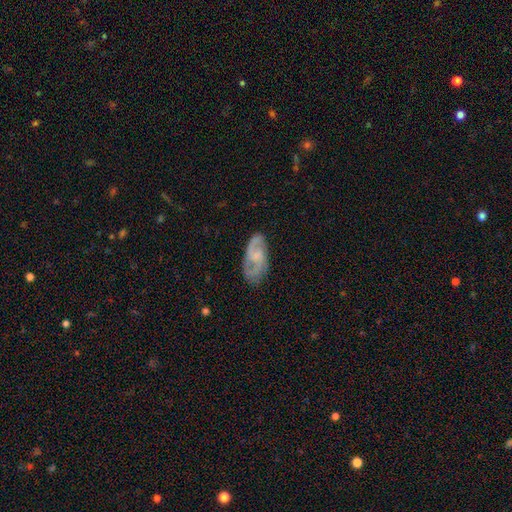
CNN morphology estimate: A featured or disk galaxy (74%) with no bar (52%), 2 (73%) medium (50%) spiral arms (93%) and a small central bulge (43%). Merging: none (74%).